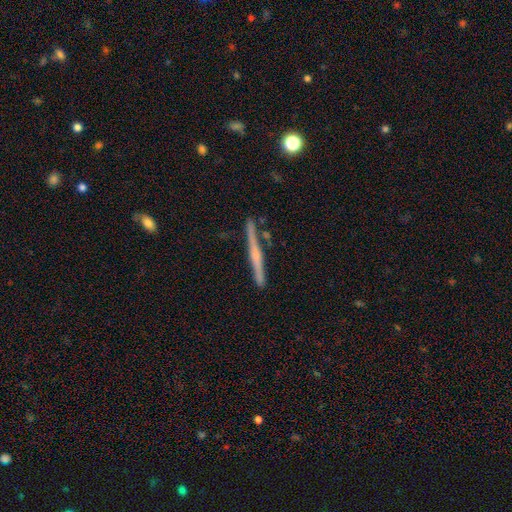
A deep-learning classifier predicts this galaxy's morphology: This is likely a featured or disk galaxy (71%). It is clearly viewed edge-on (98%). Edge-on bulge: likely rounded (64%). Merging: clearly none (88%).